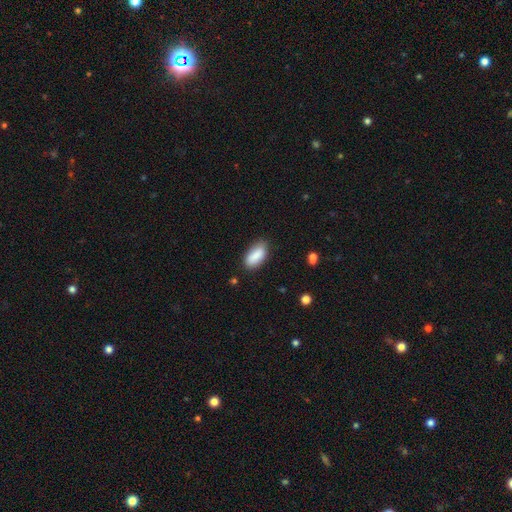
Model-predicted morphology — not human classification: The model was most divided on "merging": none: 80%, minor disturbance: 15%, major disturbance: 3%, merger: 2%. More confident: how rounded — in between (89%); smooth or featured — smooth (88%).